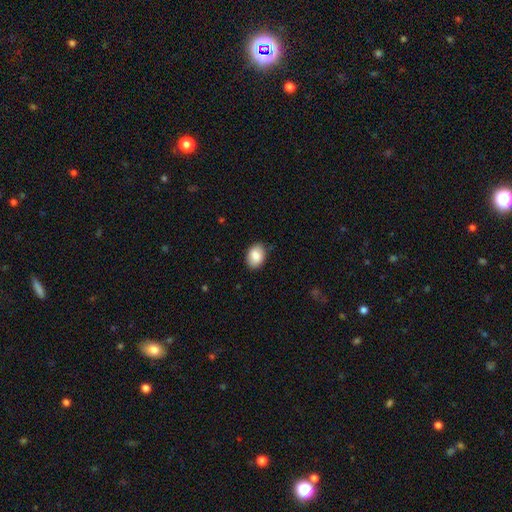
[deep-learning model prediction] This appears to be a smooth galaxy with no disk features (86%) that is in between round and cigar-shaped (78%). Merging: none (85%).